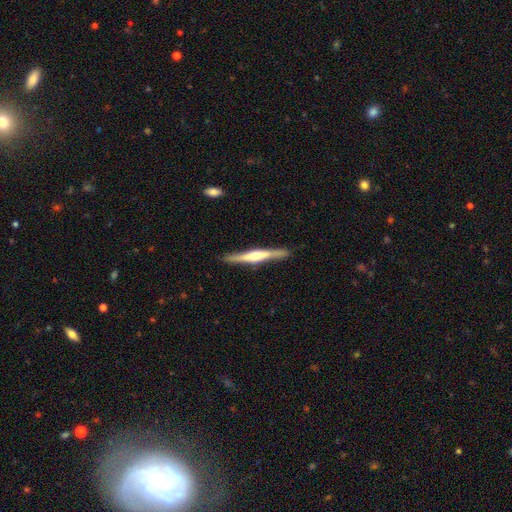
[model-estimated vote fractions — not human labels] Morphology: type=featured or disk (71%); edge-on=yes (97%); edge-on bulge=rounded (79%); merging=none (89%).